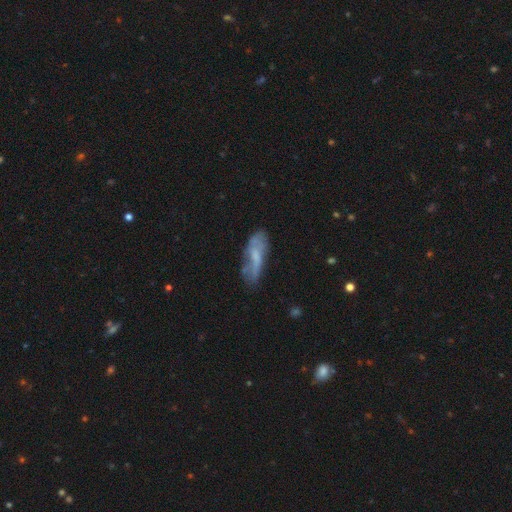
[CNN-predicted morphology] Smooth or featured? smooth (47%)
Merging? none (56%)